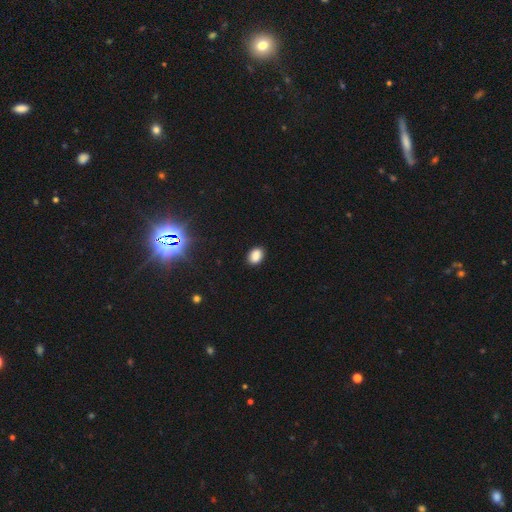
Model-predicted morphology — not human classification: smooth_or_featured: smooth (p=0.86) [alt: star or artifact p=0.10]
how_rounded: in between (p=0.75) [alt: round p=0.24]
merging: none (p=0.88) [alt: minor disturbance p=0.09]